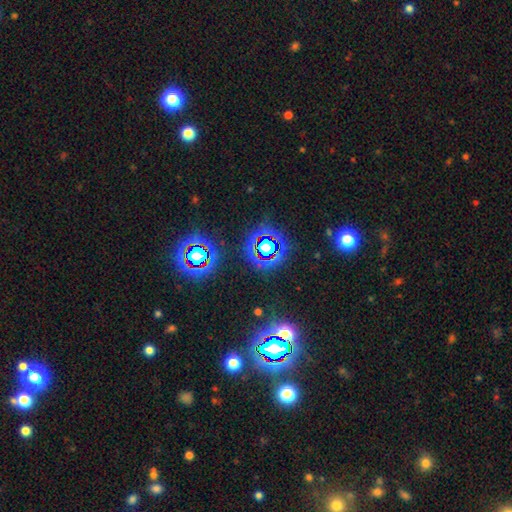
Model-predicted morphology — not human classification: The model was most divided on "smooth or featured": star or artifact: 78%, smooth: 14%, featured or disk: 7%.